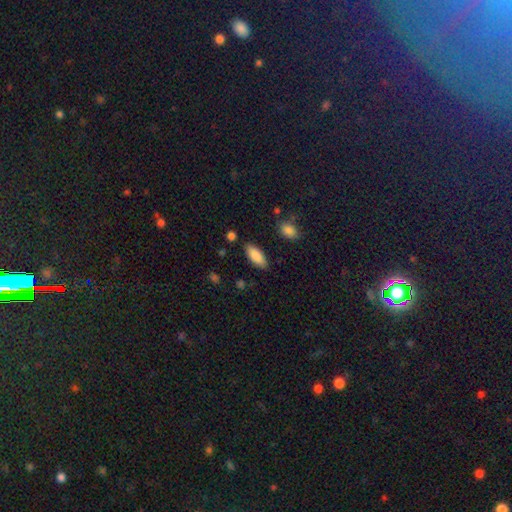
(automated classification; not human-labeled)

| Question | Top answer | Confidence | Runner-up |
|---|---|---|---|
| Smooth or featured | smooth | 87% | featured or disk (6%) |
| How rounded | in between | 80% | cigar-shaped (18%) |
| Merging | none | 85% | minor disturbance (11%) |